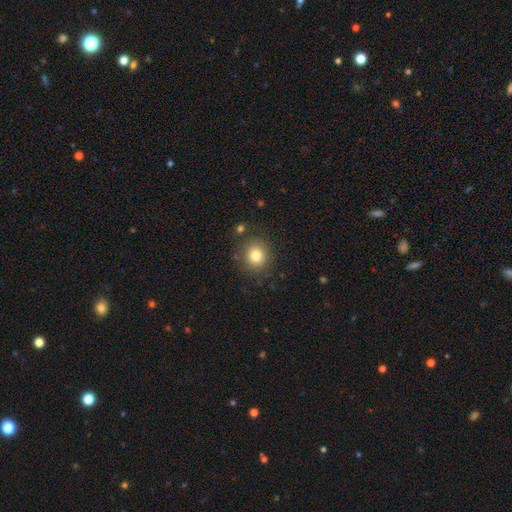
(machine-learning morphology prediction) A smooth galaxy with no disk features (81%) that is round (86%).

Vote fractions:
- Smooth or featured? smooth: 81% / star or artifact: 11% / featured or disk: 8%
- How rounded? round: 86% / in between: 13% / cigar-shaped: 1%
- Merging? none: 84% / minor disturbance: 10% / major disturbance: 4% / merger: 3%